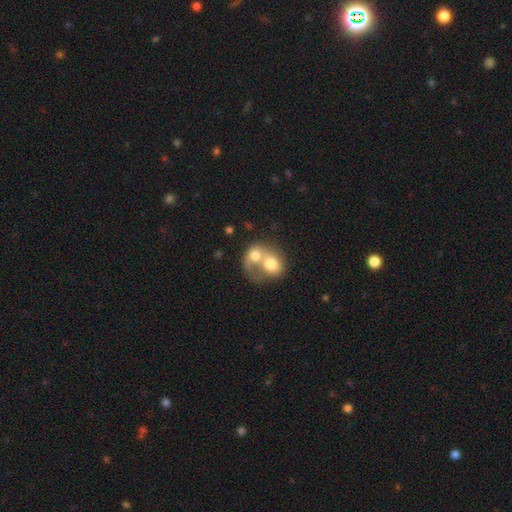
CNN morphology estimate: This appears to be a smooth galaxy with no disk features (51%) that is round (60%). Merging: merger (80%).